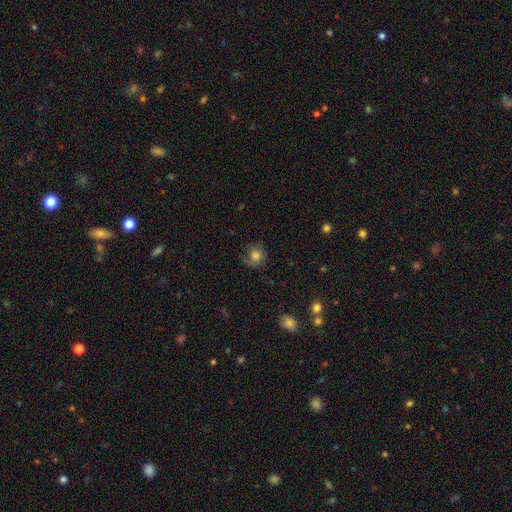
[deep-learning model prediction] Smooth or featured: smooth — 74% (featured or disk — 15%)
How rounded: round — 84% (in between — 15%)
Merging: none — 65% (minor disturbance — 22%)